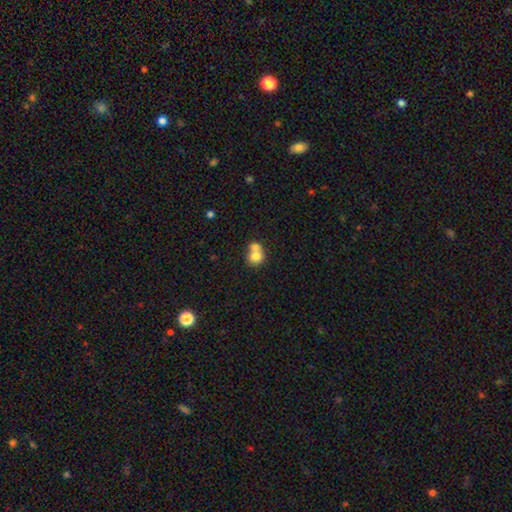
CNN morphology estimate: type=smooth (74%); roundness=round (74%); merging=merger (63%).